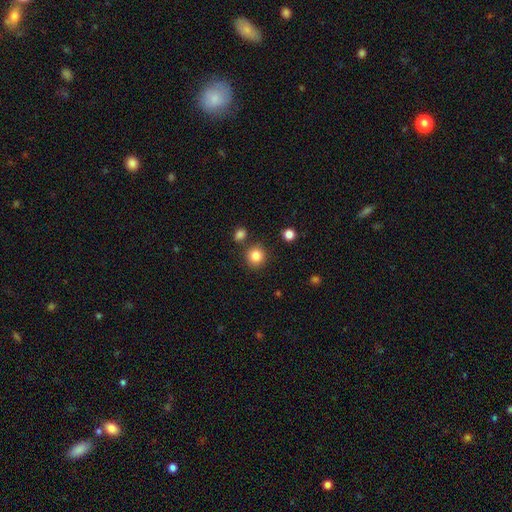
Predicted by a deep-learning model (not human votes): A smooth galaxy with no disk features (85%) that is round (90%).

Vote fractions:
- Smooth or featured? smooth: 85% / star or artifact: 10% / featured or disk: 5%
- How rounded? round: 90% / in between: 9% / cigar-shaped: 1%
- Merging? none: 82% / minor disturbance: 8% / merger: 7% / major disturbance: 3%